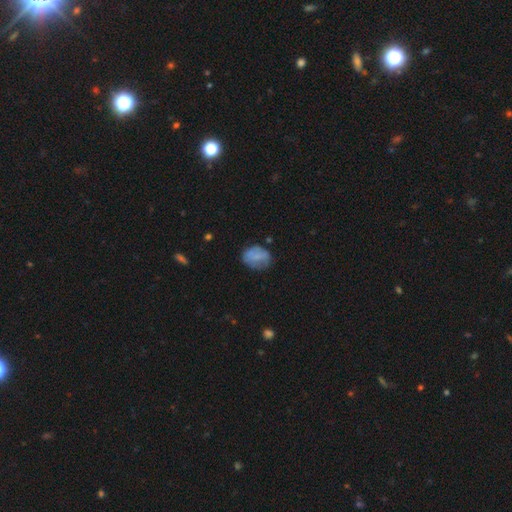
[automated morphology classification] type=smooth (73%); roundness=in between (61%); merging=none (60%).